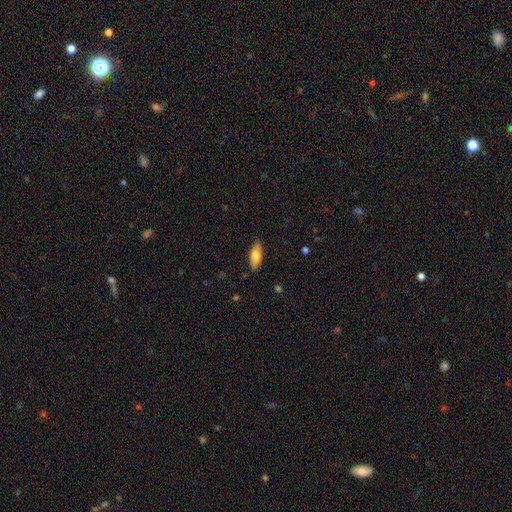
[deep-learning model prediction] A smooth galaxy with no disk features (71%) that is in between round and cigar-shaped (71%). Merging: none (87%).